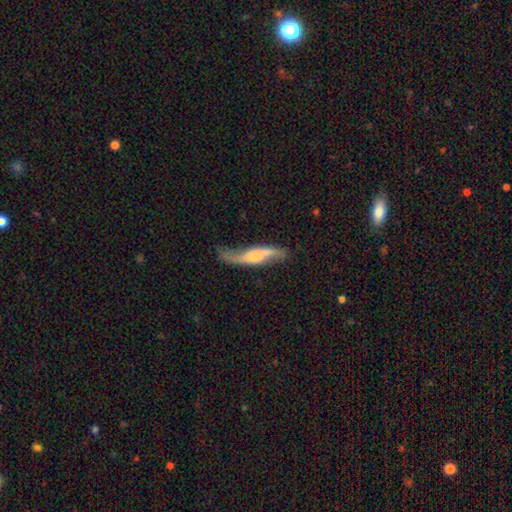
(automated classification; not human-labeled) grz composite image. It shows a featured or disk galaxy (64%). Merging: none (58%).